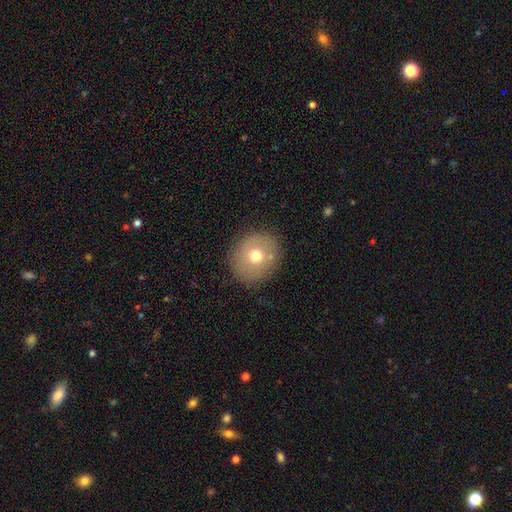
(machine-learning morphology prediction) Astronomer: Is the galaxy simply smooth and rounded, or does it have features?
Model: smooth — 65%.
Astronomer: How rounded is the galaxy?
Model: round — 79%.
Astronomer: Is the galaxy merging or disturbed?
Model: none — 81%.